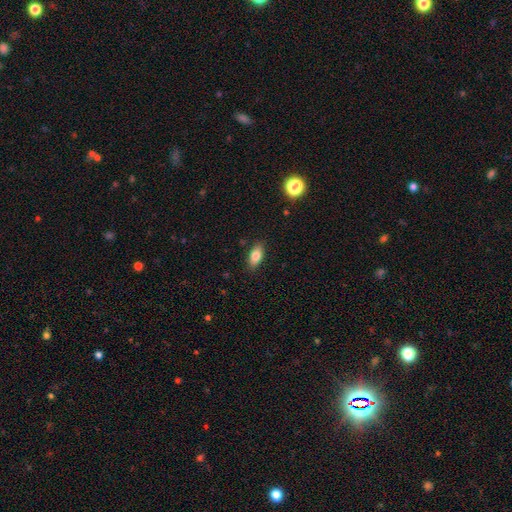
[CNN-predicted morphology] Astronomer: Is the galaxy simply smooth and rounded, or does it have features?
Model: smooth — 79%.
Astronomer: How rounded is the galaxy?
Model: in between — 85%.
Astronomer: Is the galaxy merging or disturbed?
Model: none — 87%.